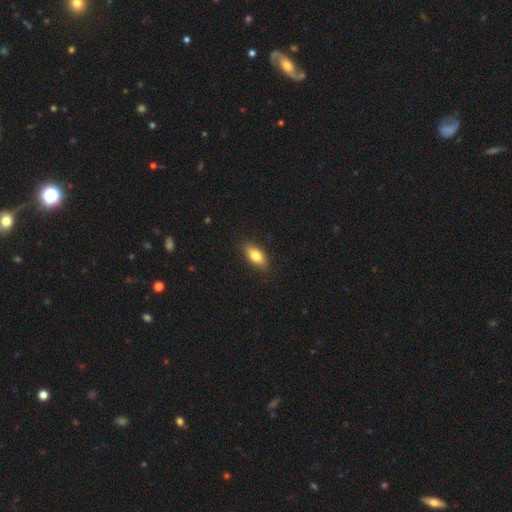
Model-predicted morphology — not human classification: Smooth or featured: smooth — 78% (featured or disk — 15%)
How rounded: in between — 87% (cigar-shaped — 9%)
Merging: none — 86% (minor disturbance — 11%)